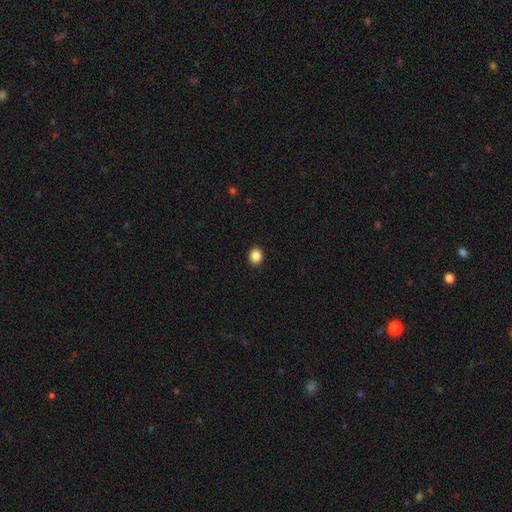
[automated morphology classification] smooth 87%, star or artifact 10%, featured or disk 3%. Down the decision tree: how rounded — round (51%); merging — none (92%).